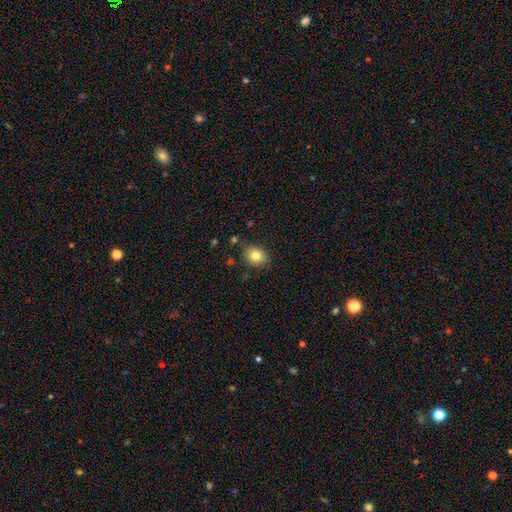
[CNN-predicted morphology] The model was most divided on "how rounded": round: 55%, in between: 44%, cigar-shaped: 1%. More confident: merging — none (83%); smooth or featured — smooth (82%).